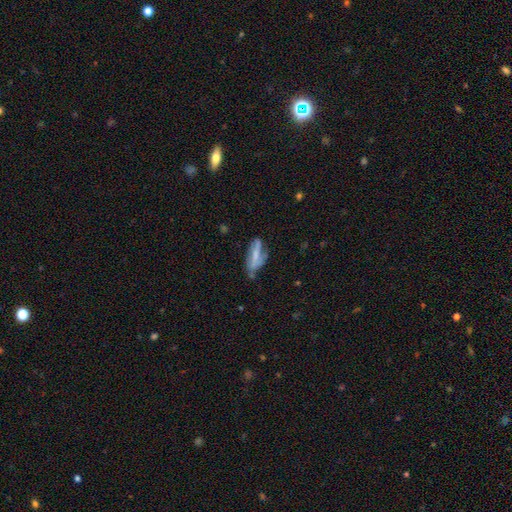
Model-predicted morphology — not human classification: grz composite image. It shows a smooth galaxy with no disk features (50%). Merging: none (39%).